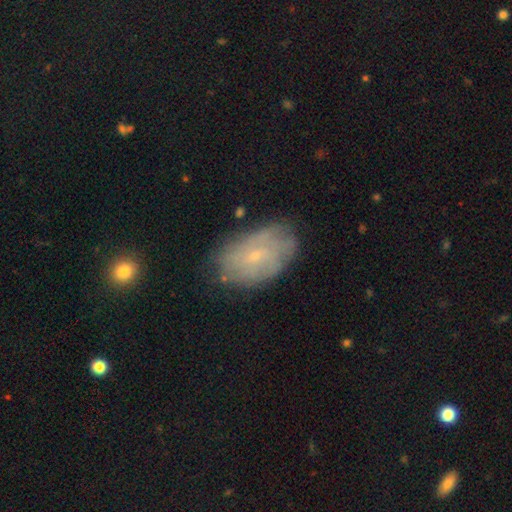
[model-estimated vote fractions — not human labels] Smooth or featured?
  - featured or disk: 58% *
  - smooth: 34%
  - star or artifact: 8%
Edge-on disk?
  - no: 95% *
  - yes: 5%
Bar?
  - no: 71% *
  - weak: 25%
  - strong: 4%
Spiral arms?
  - yes: 70% *
  - no: 30%
Bulge size?
  - small: 80% *
  - moderate: 15%
  - none: 3%
  - large: 1%
  - dominant: 1%
Merging?
  - none: 70% *
  - minor disturbance: 22%
  - major disturbance: 7%
  - merger: 2%